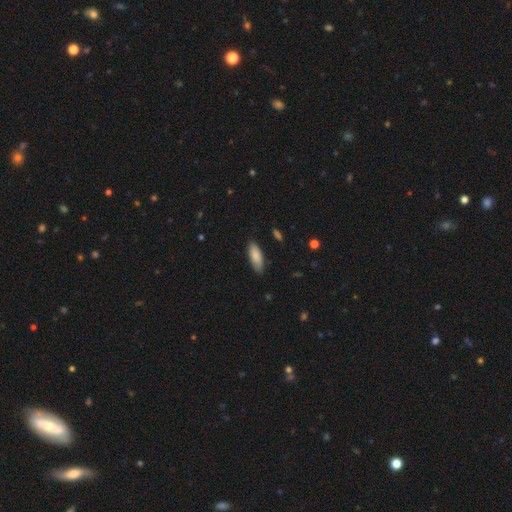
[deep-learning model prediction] smooth_or_featured: smooth (p=0.86) [alt: featured or disk p=0.09]
how_rounded: in between (p=0.70) [alt: cigar-shaped p=0.28]
merging: none (p=0.85) [alt: minor disturbance p=0.12]